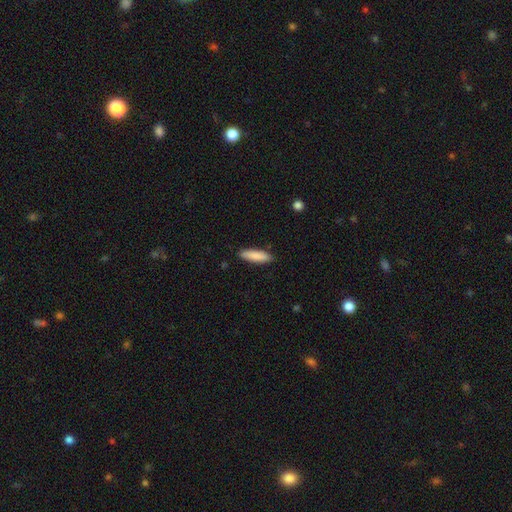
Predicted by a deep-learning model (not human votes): smooth-or-featured: smooth: 86% | featured or disk: 8% | star or artifact: 6%
  how-rounded: cigar-shaped: 71% | in between: 28% | round: 1%
  merging: none: 89% | minor disturbance: 9% | major disturbance: 2% | merger: 1%